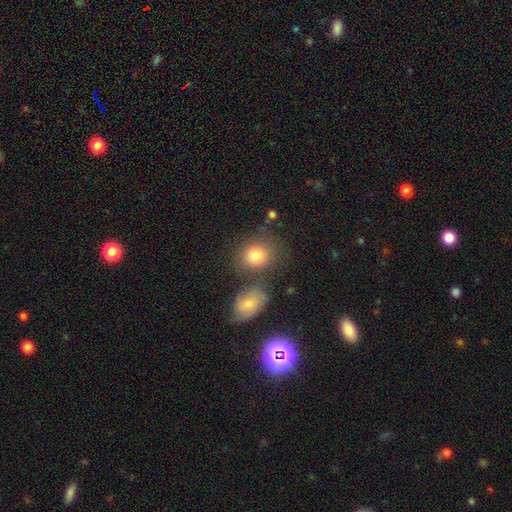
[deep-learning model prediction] Smooth or featured?
  - smooth: 82% *
  - star or artifact: 9%
  - featured or disk: 8%
How rounded?
  - round: 63% *
  - in between: 36%
  - cigar-shaped: 1%
Merging?
  - none: 63% *
  - merger: 18%
  - minor disturbance: 13%
  - major disturbance: 5%